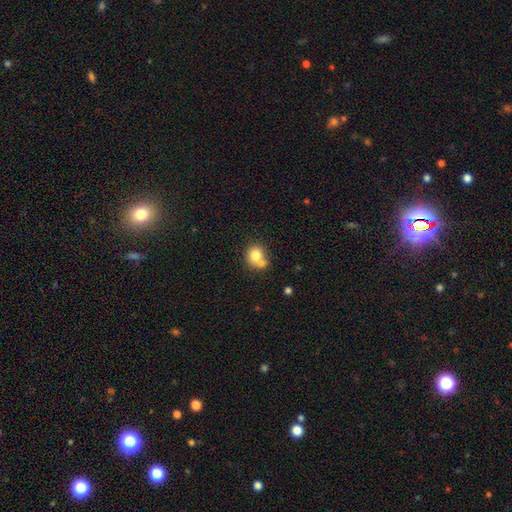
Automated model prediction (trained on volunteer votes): The model was most divided on "merging": none: 44%, merger: 42%, minor disturbance: 10%, major disturbance: 4%. More confident: how rounded — round (77%); smooth or featured — smooth (76%).